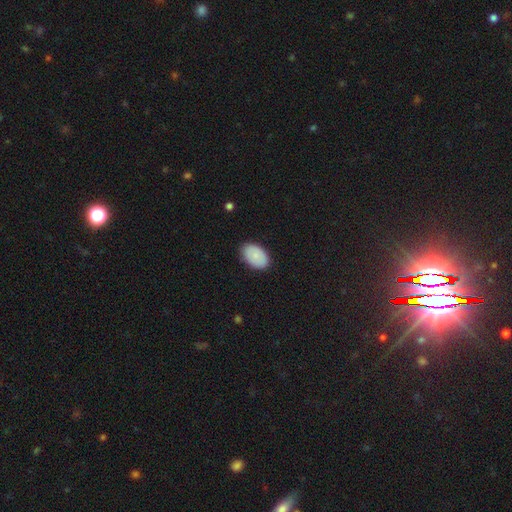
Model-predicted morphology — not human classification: A smooth galaxy with no disk features (84%) that is in between round and cigar-shaped (92%).

Vote fractions:
- Smooth or featured? smooth: 84% / featured or disk: 10% / star or artifact: 6%
- How rounded? in between: 92% / round: 7% / cigar-shaped: 1%
- Merging? none: 86% / minor disturbance: 11% / major disturbance: 2% / merger: 1%